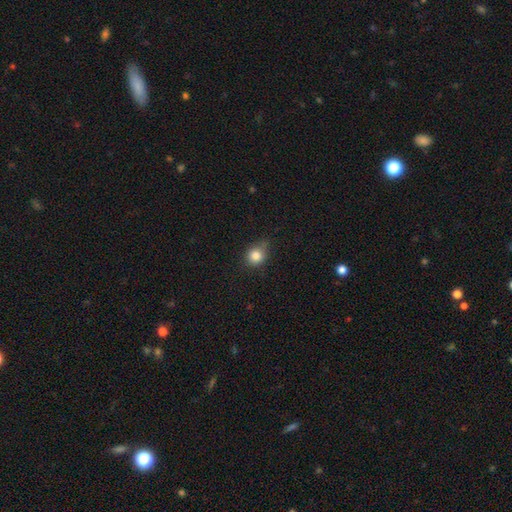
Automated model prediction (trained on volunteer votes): This is clearly a smooth galaxy (83%). How rounded: likely round (77%). Merging: possibly none (59%).